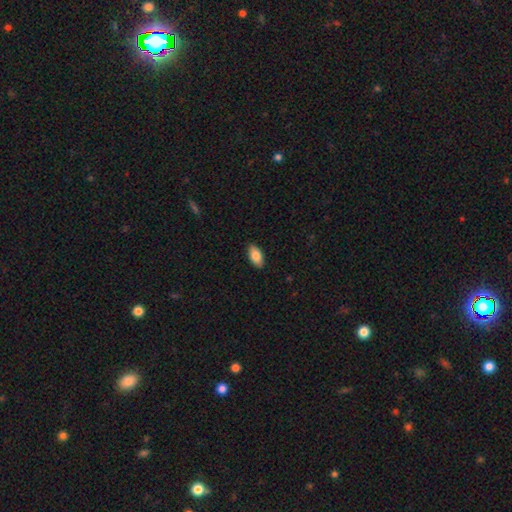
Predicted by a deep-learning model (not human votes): Smooth or featured? smooth (84%)
How rounded? in between (92%)
Merging? none (89%)